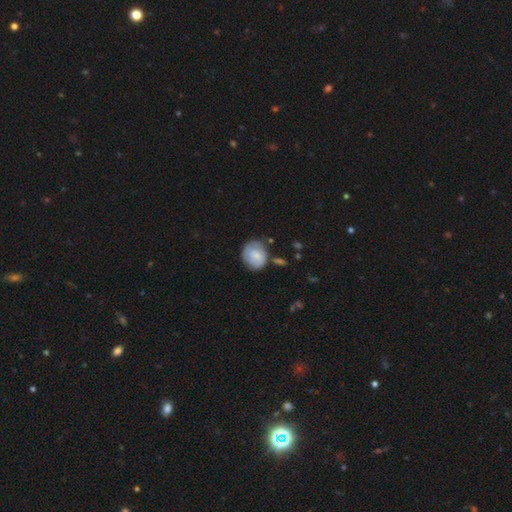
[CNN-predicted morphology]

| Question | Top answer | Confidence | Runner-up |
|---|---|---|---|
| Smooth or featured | smooth | 66% | featured or disk (28%) |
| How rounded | round | 67% | in between (32%) |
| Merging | none | 61% | minor disturbance (26%) |